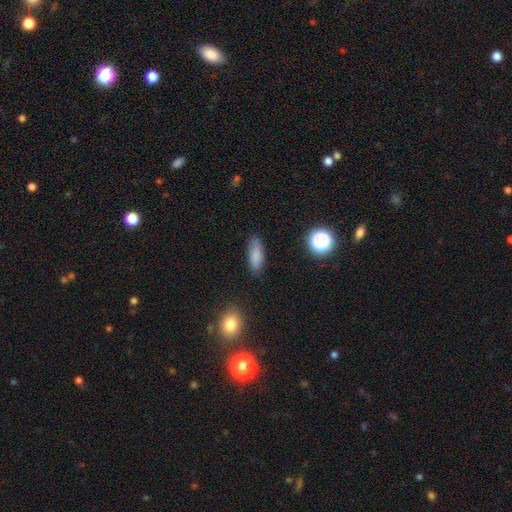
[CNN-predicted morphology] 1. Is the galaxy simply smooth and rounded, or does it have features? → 81% smooth, 10% star or artifact, 9% featured or disk.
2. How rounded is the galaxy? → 66% in between, 31% cigar-shaped, 4% round.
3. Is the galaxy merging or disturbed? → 78% none, 16% minor disturbance, 4% major disturbance, 2% merger.